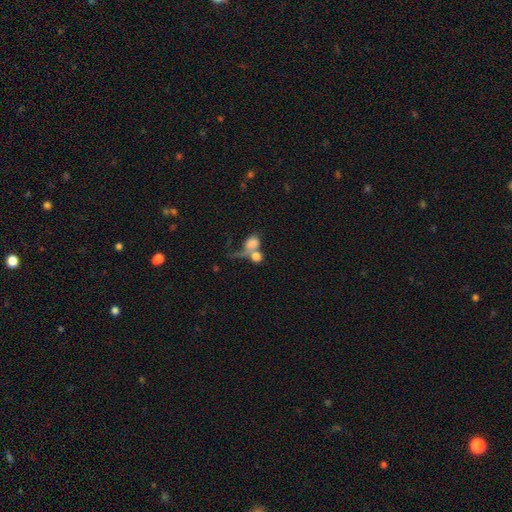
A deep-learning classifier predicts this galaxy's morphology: Q: Smooth or featured?
A: smooth (69%); runner-up: featured or disk (20%)
Q: How rounded?
A: round (53%); runner-up: in between (43%)
Q: Merging?
A: merger (55%); runner-up: major disturbance (19%)